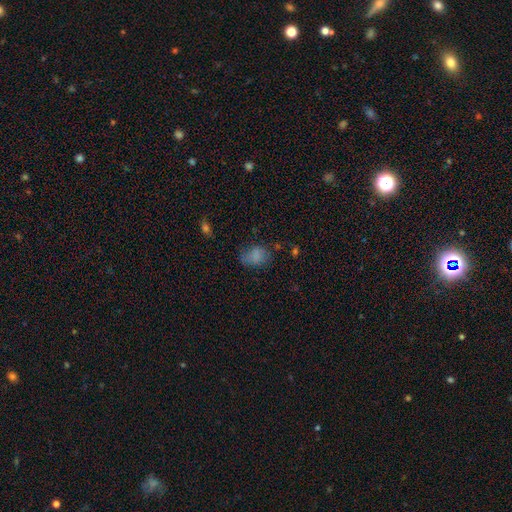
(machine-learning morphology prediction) A smooth galaxy with no disk features (78%) that is in between round and cigar-shaped (70%).

Vote fractions:
- Smooth or featured? smooth: 78% / star or artifact: 13% / featured or disk: 9%
- How rounded? in between: 70% / round: 29% / cigar-shaped: 1%
- Merging? none: 58% / minor disturbance: 27% / major disturbance: 12% / merger: 3%